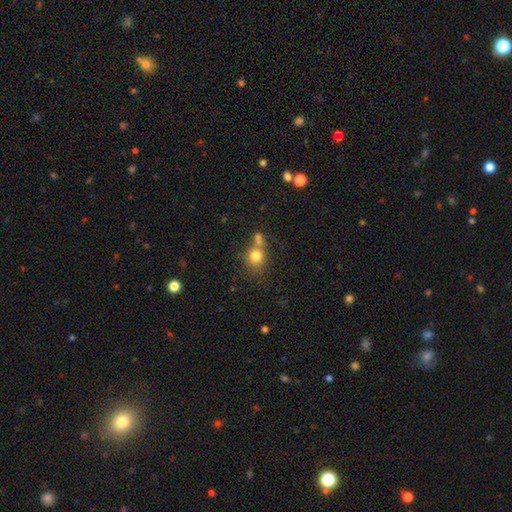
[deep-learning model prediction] Morphology: type=smooth (78%); roundness=round (77%); merging=none (49%).